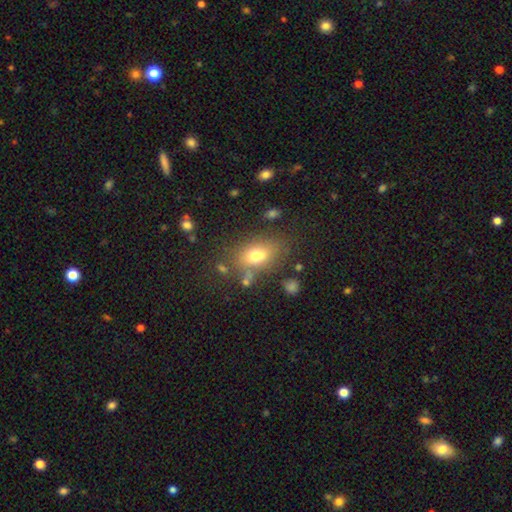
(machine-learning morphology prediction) Smooth or featured? smooth (70%)
How rounded? in between (79%)
Merging? none (65%)